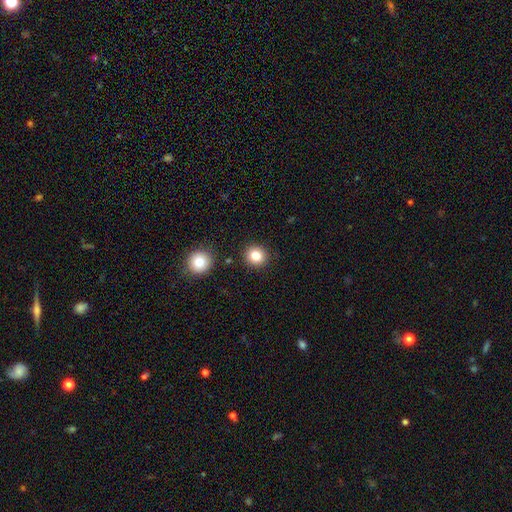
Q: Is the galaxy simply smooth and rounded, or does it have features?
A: smooth — 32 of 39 (82%).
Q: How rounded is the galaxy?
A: round — 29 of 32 (91%).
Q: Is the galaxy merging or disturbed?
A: none — 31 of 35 (89%).